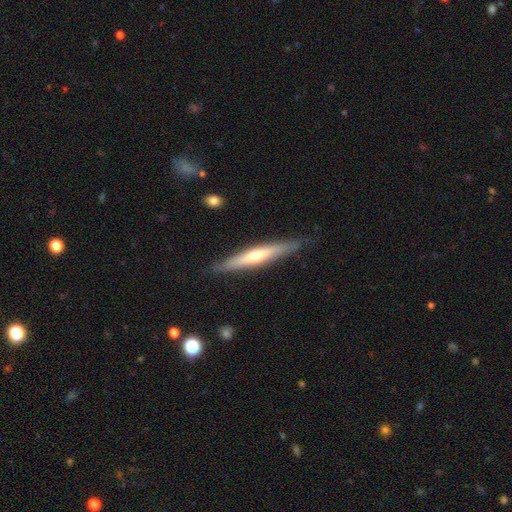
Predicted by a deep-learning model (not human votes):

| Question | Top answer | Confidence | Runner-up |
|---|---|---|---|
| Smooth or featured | featured or disk | 59% | smooth (36%) |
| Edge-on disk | yes | 93% | no (7%) |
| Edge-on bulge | rounded | 77% | none (19%) |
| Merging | none | 86% | minor disturbance (11%) |